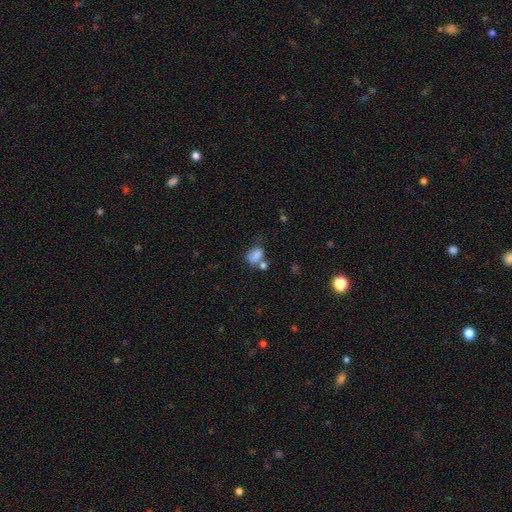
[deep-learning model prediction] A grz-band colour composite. It shows a smooth galaxy with no disk features (78%) that is in between round and cigar-shaped (78%). Merging: none (32%).